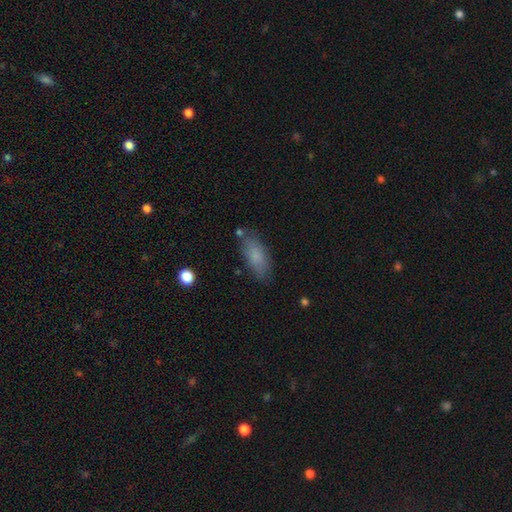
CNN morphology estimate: This is clearly a smooth galaxy (80%). How rounded: clearly in between (81%). Merging: likely none (76%).